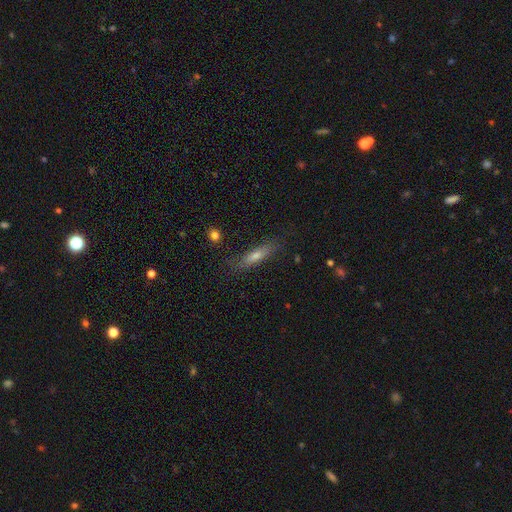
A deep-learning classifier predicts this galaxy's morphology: smooth_or_featured: smooth (p=0.53) [alt: featured or disk p=0.37]
how_rounded: cigar-shaped (p=0.82) [alt: in between p=0.16]
merging: none (p=0.82) [alt: minor disturbance p=0.14]